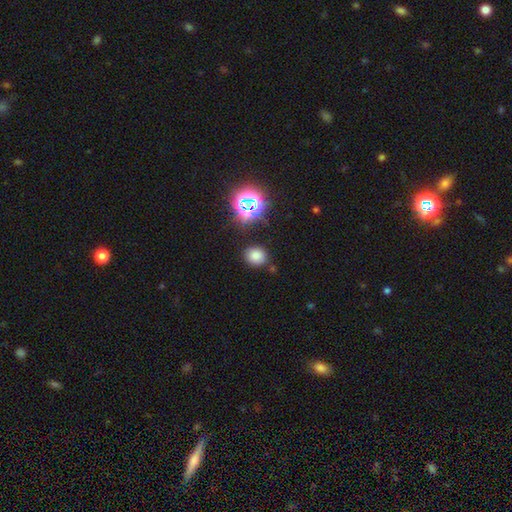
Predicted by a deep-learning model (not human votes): A smooth galaxy with no disk features (74%) that is round (69%).

Vote fractions:
- Smooth or featured? smooth: 74% / star or artifact: 20% / featured or disk: 6%
- How rounded? round: 69% / in between: 30% / cigar-shaped: 1%
- Merging? none: 82% / minor disturbance: 11% / merger: 4% / major disturbance: 3%